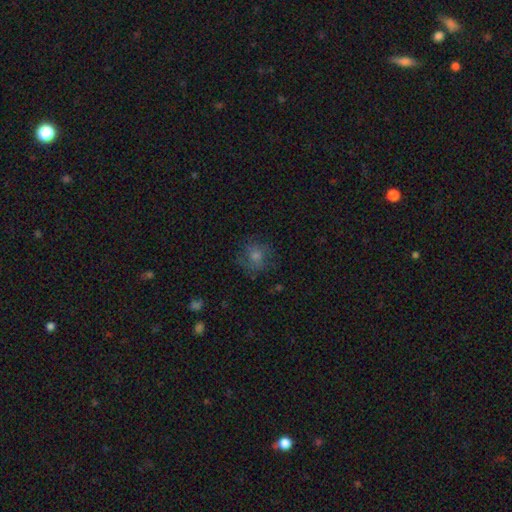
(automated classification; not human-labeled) smooth-or-featured: smooth: 44% | featured or disk: 35% | star or artifact: 21%
  merging: none: 75% | minor disturbance: 15% | major disturbance: 8% | merger: 1%